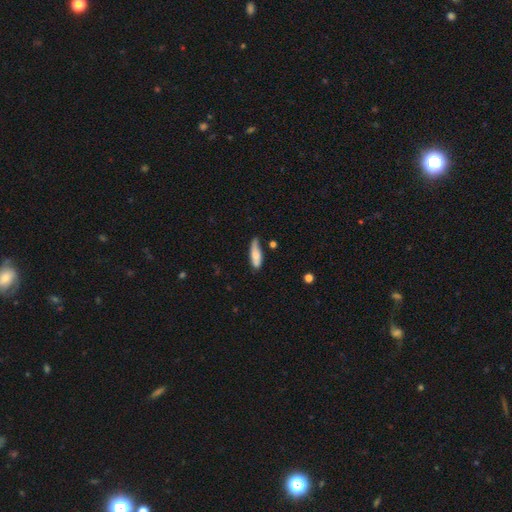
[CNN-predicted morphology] Smooth or featured? Predicted: smooth (p=0.70). How rounded? Predicted: cigar-shaped (p=0.49, tied with in between). Merging? Predicted: none (p=0.55).